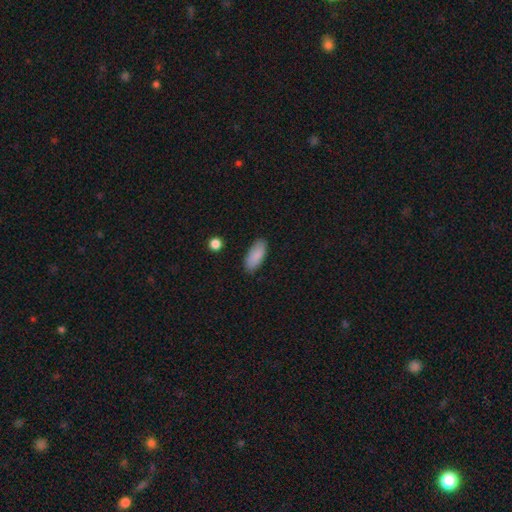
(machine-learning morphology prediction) A smooth galaxy with no disk features (88%) that is in between round and cigar-shaped (85%). Merging: none (86%).